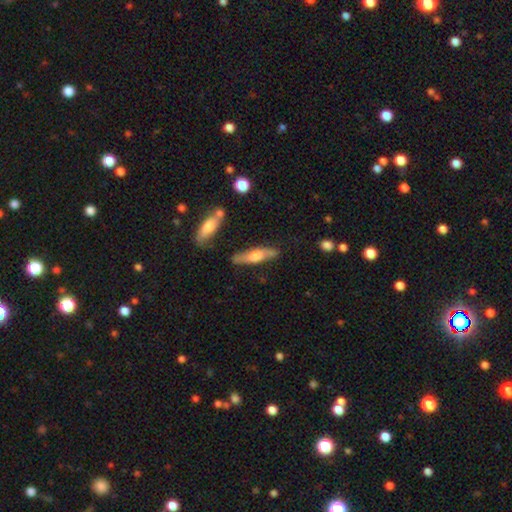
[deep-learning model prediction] Smooth or featured? Predicted: featured or disk (p=0.51). Edge-on disk? Predicted: yes (p=0.74). Merging? Predicted: none (p=0.75).